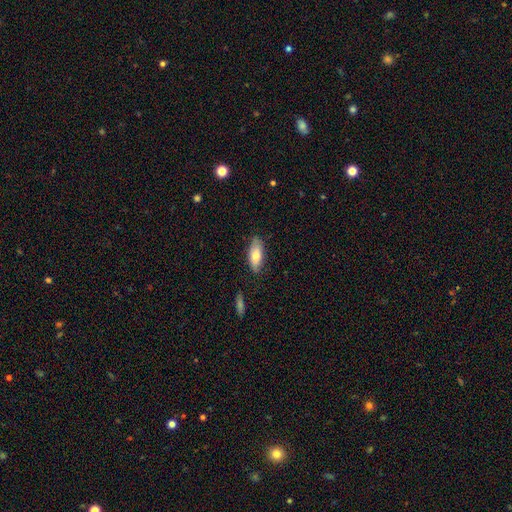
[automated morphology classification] Overall: smooth (71%). How rounded: in between (82%). Merging: none (80%).